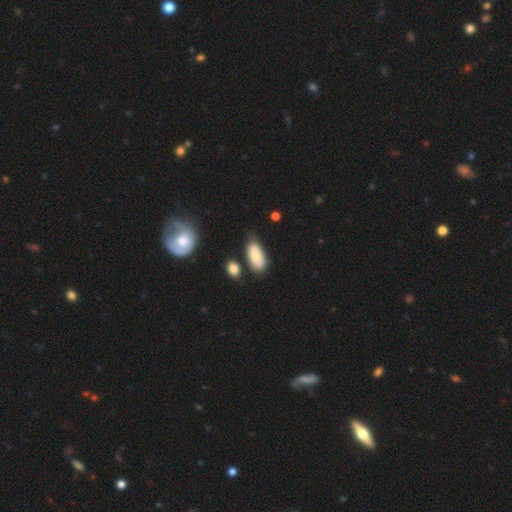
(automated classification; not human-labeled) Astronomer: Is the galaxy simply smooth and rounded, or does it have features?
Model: smooth — 81%.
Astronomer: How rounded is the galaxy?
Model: in between — 90%.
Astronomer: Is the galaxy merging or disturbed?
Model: none — 68%.